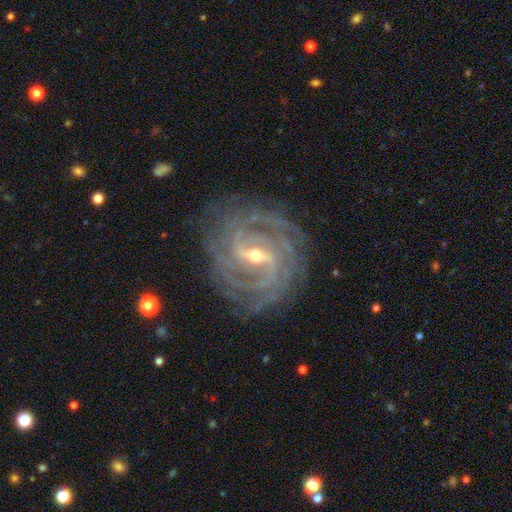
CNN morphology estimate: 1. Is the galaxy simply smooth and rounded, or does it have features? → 92% featured or disk, 5% star or artifact, 3% smooth.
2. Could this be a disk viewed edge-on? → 97% no, 3% yes.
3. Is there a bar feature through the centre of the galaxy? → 50% strong, 40% weak, 10% no.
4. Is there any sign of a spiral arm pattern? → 98% yes, 2% no.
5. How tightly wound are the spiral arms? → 67% tight, 28% medium, 5% loose.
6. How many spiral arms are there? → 22% 2, 20% 3, 20% 4, 18% can't tell, 12% more than 4, 7% 1.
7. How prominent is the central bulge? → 54% small, 43% moderate, 2% large, 1% none, 1% dominant.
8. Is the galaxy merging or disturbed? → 80% none, 13% minor disturbance, 5% major disturbance, 1% merger.